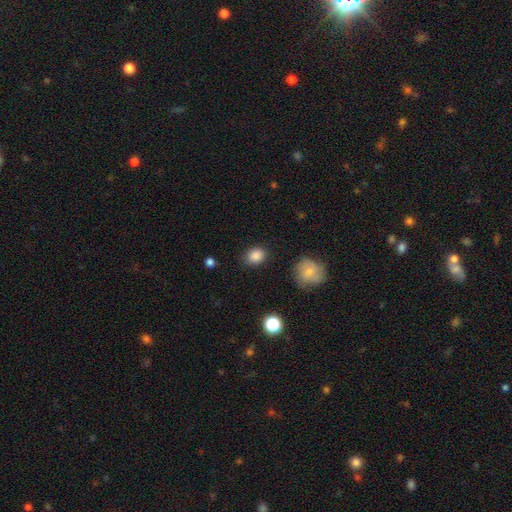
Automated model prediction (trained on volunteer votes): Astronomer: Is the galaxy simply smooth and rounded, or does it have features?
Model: smooth — 86%.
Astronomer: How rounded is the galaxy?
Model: round — 57% (runner-up: in between, 41%).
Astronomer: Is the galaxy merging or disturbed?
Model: none — 83%.